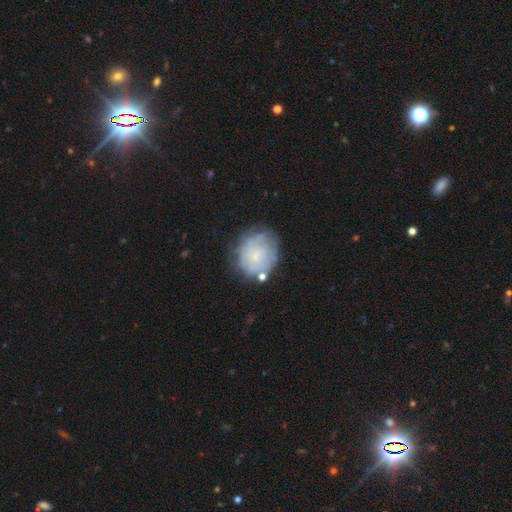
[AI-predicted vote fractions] Overall: featured or disk (50%; smooth 41%). Edge-on disk: no (98%). Merging: none (60%; minor disturbance 22%).